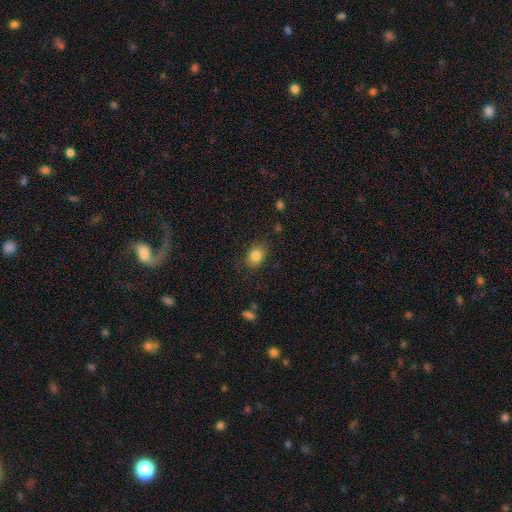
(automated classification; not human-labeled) Smooth or featured?
  - smooth: 84% *
  - star or artifact: 9%
  - featured or disk: 6%
How rounded?
  - in between: 68% *
  - round: 31%
  - cigar-shaped: 1%
Merging?
  - none: 80% *
  - minor disturbance: 14%
  - major disturbance: 4%
  - merger: 1%